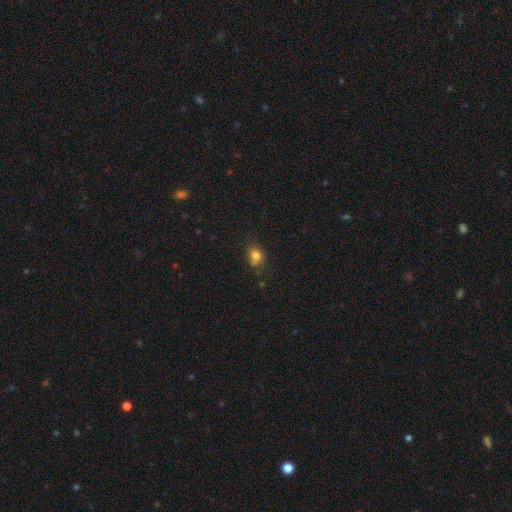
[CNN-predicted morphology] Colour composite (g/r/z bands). It shows a smooth galaxy with no disk features (79%) that is round (50%). Merging: none (59%).